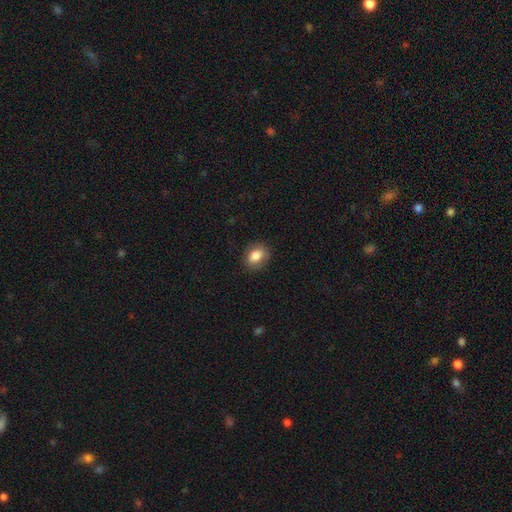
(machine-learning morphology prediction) Smooth or featured? Predicted: smooth (p=0.82). How rounded? Predicted: in between (p=0.59). Merging? Predicted: none (p=0.83).